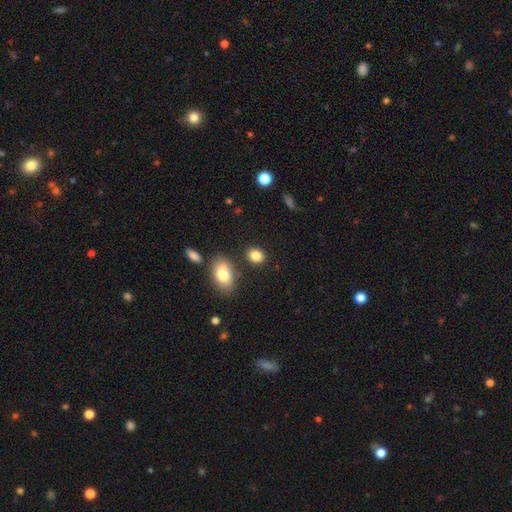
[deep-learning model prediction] Morphology: type=smooth (85%); roundness=round (51%); merging=none (82%).